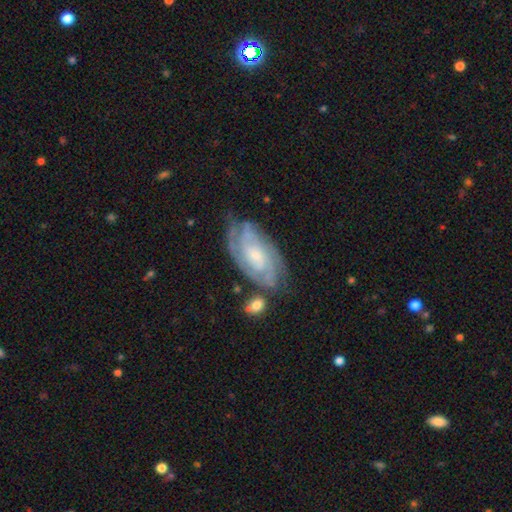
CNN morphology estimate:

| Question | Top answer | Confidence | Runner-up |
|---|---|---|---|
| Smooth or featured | featured or disk | 84% | smooth (11%) |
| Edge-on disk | no | 95% | yes (5%) |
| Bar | no | 62% | weak (31%) |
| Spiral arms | yes | 96% | no (4%) |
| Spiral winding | tight | 69% | medium (26%) |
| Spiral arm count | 2 | 32% | can't tell (31%) |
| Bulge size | small | 58% | moderate (34%) |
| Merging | none | 66% | minor disturbance (20%) |